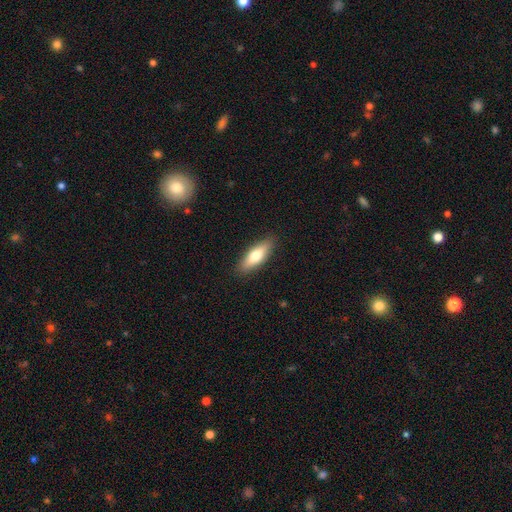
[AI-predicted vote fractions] smooth-or-featured: smooth: 68% | featured or disk: 26% | star or artifact: 6%
  how-rounded: in between: 56% | cigar-shaped: 42% | round: 2%
  merging: none: 89% | minor disturbance: 8% | major disturbance: 2% | merger: 1%